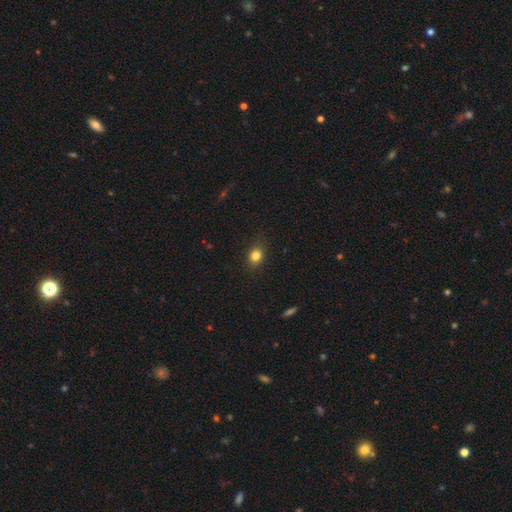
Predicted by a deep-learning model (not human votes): Q: Smooth or featured?
A: smooth (82%); runner-up: star or artifact (12%)
Q: How rounded?
A: round (53%); runner-up: in between (45%)
Q: Merging?
A: none (83%); runner-up: minor disturbance (13%)